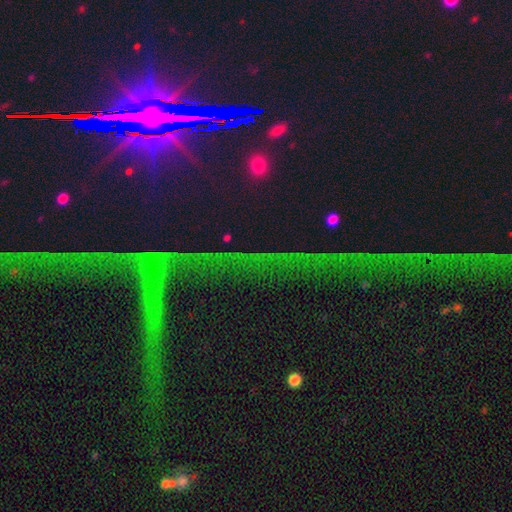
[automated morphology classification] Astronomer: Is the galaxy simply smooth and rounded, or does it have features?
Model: star or artifact — 82%.